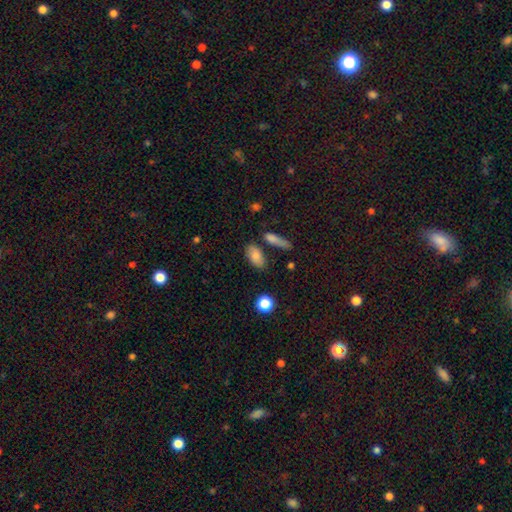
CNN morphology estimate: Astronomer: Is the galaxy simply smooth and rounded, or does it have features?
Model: smooth — 82%.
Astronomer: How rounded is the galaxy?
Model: in between — 86%.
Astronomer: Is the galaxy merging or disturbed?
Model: none — 71%.